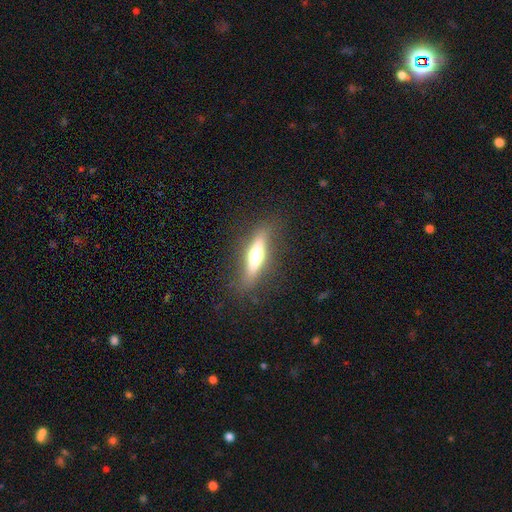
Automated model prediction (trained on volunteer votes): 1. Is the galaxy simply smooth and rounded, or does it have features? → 54% featured or disk, 39% smooth, 7% star or artifact.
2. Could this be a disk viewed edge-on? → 89% yes, 11% no.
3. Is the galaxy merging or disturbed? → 84% none, 11% minor disturbance, 4% major disturbance, 1% merger.